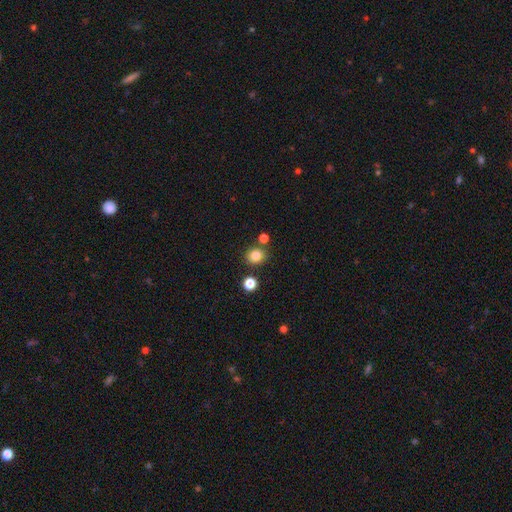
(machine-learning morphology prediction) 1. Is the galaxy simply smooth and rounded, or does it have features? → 82% smooth, 12% star or artifact, 5% featured or disk.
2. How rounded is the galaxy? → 81% round, 18% in between, 1% cigar-shaped.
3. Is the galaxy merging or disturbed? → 81% none, 8% minor disturbance, 8% merger, 3% major disturbance.